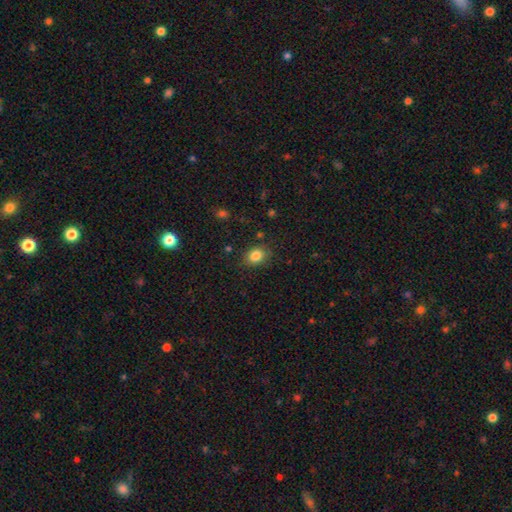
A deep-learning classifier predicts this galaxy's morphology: type=smooth (84%); roundness=in between (52%); merging=none (82%).